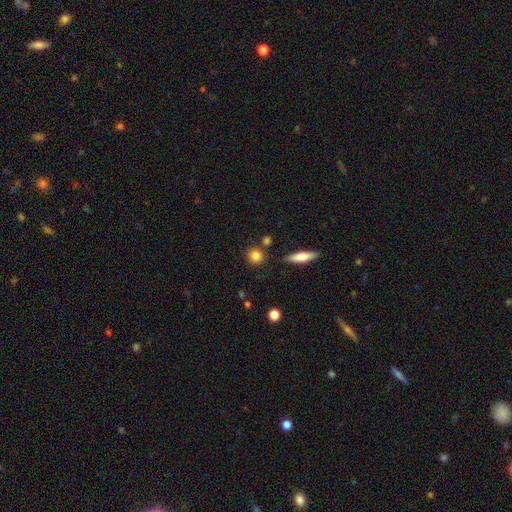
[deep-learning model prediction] smooth 82%, star or artifact 10%, featured or disk 8%. Down the decision tree: how rounded — round (86%); merging — none (80%).